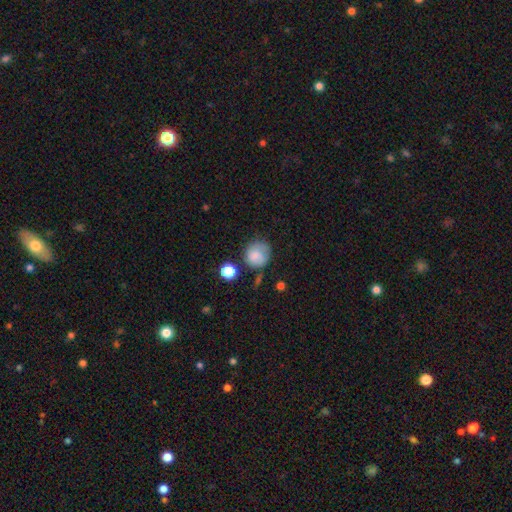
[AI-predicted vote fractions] Smooth or featured: smooth — 78% (featured or disk — 13%)
How rounded: round — 84% (in between — 15%)
Merging: none — 58% (minor disturbance — 25%)